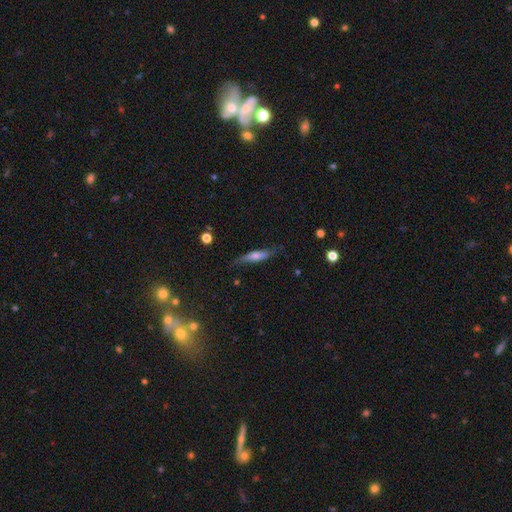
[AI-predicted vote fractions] Smooth or featured: smooth — 49% (featured or disk — 44%)
Merging: none — 70% (minor disturbance — 22%)